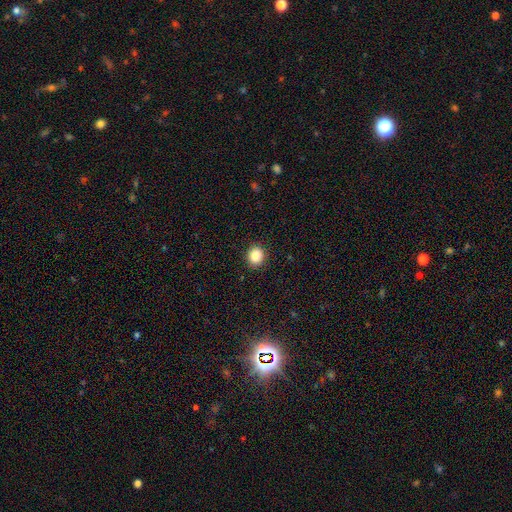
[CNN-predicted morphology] smooth_or_featured: smooth (p=0.87) [alt: star or artifact p=0.09]
how_rounded: round (p=0.71) [alt: in between p=0.28]
merging: none (p=0.91) [alt: minor disturbance p=0.06]